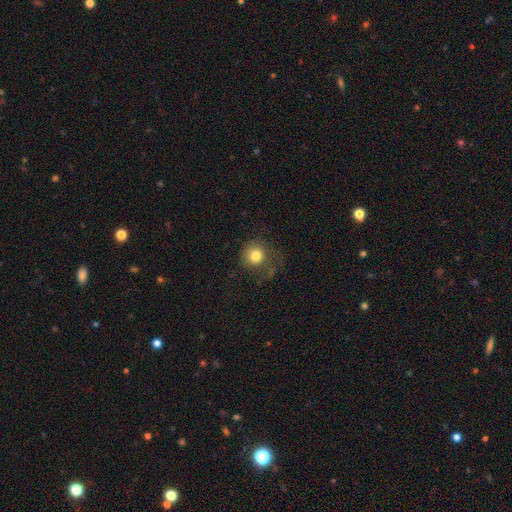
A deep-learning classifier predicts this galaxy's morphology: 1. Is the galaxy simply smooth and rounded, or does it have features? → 79% smooth, 11% star or artifact, 10% featured or disk.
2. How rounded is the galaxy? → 90% round, 9% in between, 1% cigar-shaped.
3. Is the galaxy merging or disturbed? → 58% none, 20% major disturbance, 20% minor disturbance, 3% merger.